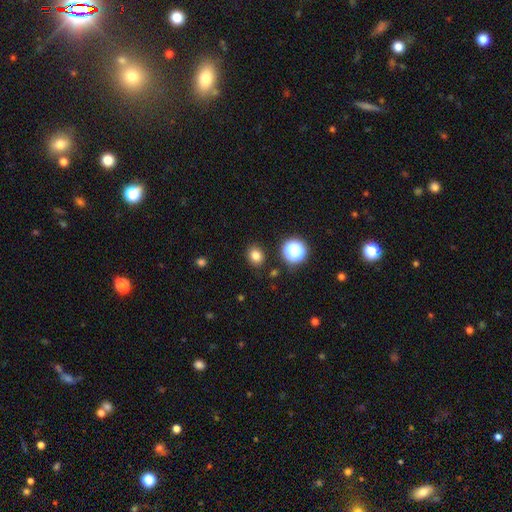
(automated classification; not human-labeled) smooth_or_featured: smooth (p=0.80) [alt: star or artifact p=0.15]
how_rounded: round (p=0.64) [alt: in between p=0.35]
merging: none (p=0.87) [alt: minor disturbance p=0.08]